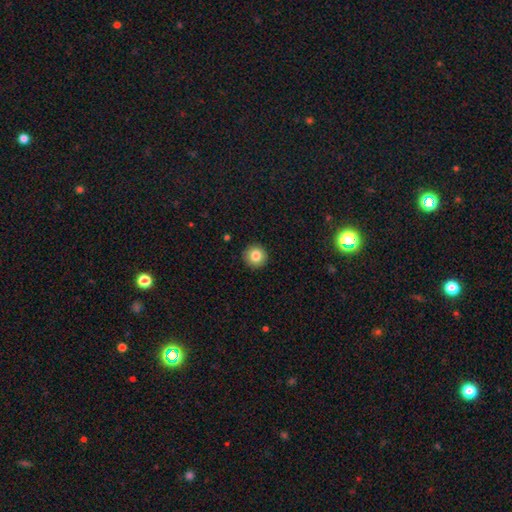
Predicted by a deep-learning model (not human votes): The model was most divided on "smooth or featured": smooth: 84%, star or artifact: 9%, featured or disk: 7%. More confident: how rounded — round (95%); merging — none (92%).